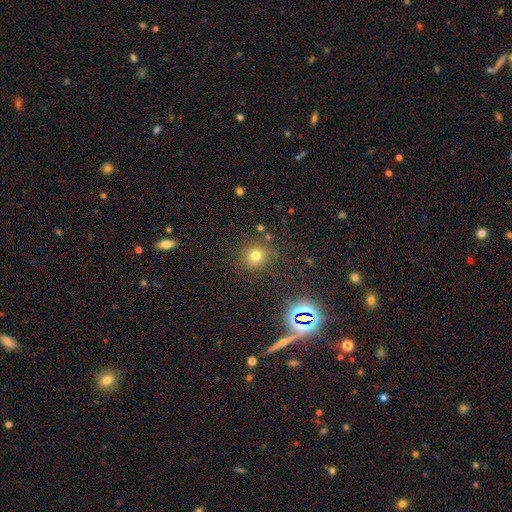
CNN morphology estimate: This appears to be a smooth galaxy with no disk features (72%) that is round (88%). Merging: none (83%).